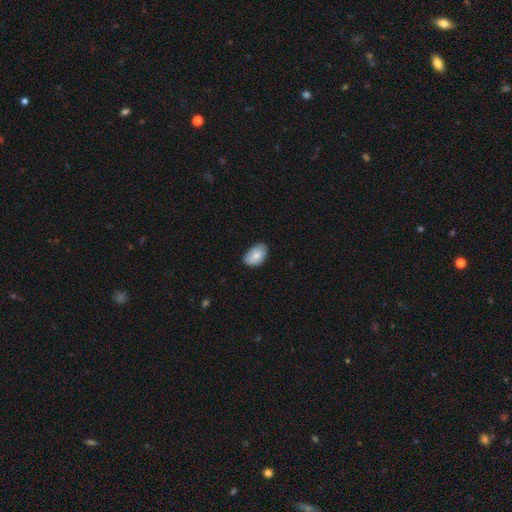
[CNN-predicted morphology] The model was most divided on "merging": none: 73%, minor disturbance: 23%, major disturbance: 3%, merger: 1%. More confident: how rounded — in between (91%); smooth or featured — smooth (80%).